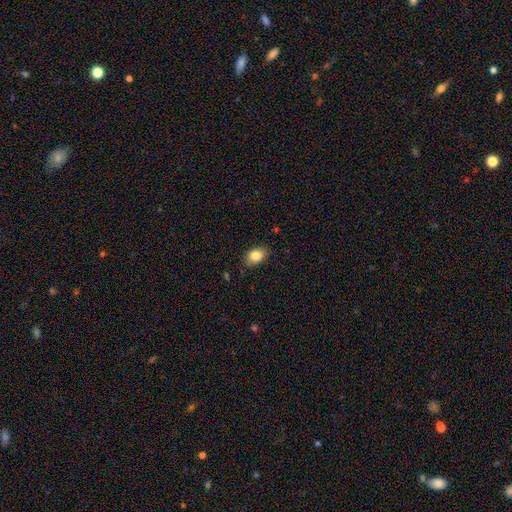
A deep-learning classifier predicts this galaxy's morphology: Overall: smooth (84%). How rounded: in between (82%). Merging: none (84%).